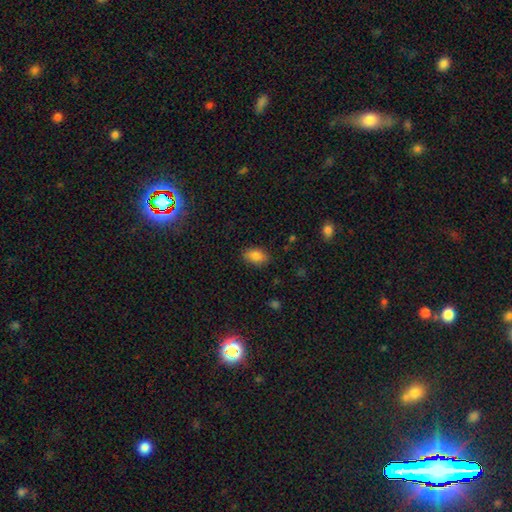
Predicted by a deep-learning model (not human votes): Overall: smooth (85%). How rounded: in between (89%). Merging: none (85%).